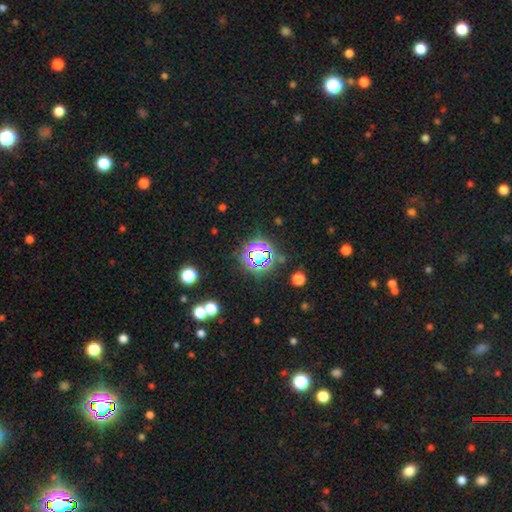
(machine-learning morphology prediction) Smooth or featured: star or artifact — 73% (smooth — 18%)